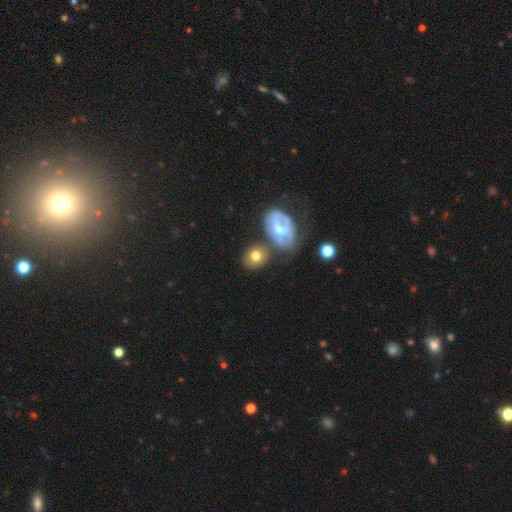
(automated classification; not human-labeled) Smooth or featured?
  - smooth: 67% *
  - featured or disk: 24%
  - star or artifact: 8%
How rounded?
  - round: 63% *
  - in between: 36%
  - cigar-shaped: 1%
Merging?
  - none: 61% *
  - merger: 18%
  - minor disturbance: 15%
  - major disturbance: 6%